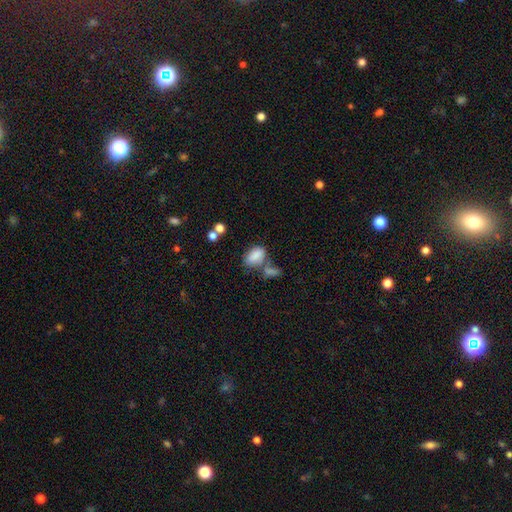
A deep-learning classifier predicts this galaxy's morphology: Q: Smooth or featured?
A: smooth (80%); runner-up: featured or disk (11%)
Q: How rounded?
A: in between (90%); runner-up: round (7%)
Q: Merging?
A: merger (39%); runner-up: none (34%)